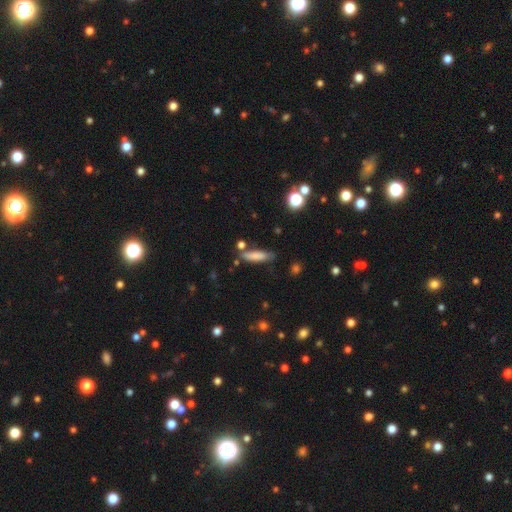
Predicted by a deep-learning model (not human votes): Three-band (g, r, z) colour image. It shows a smooth galaxy with no disk features (78%) that is cigar-shaped (71%). Merging: none (69%).